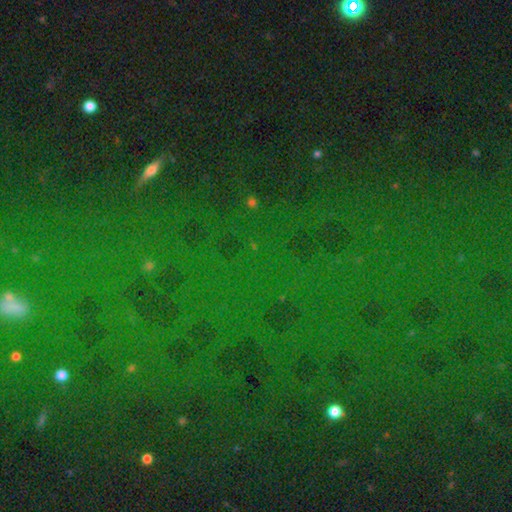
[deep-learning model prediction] Q: Smooth or featured?
A: star or artifact (79%); runner-up: smooth (13%)